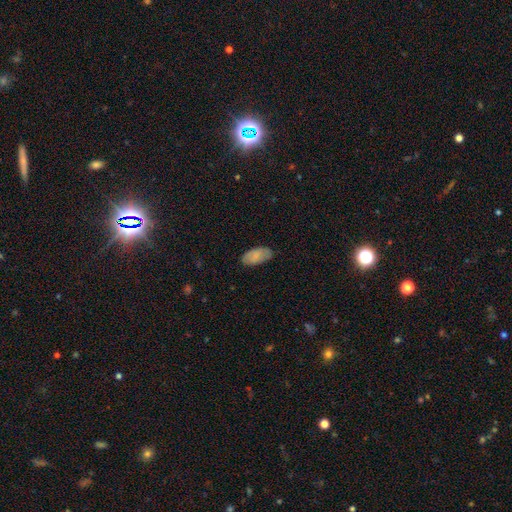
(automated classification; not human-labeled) A smooth galaxy with no disk features (83%) that is in between round and cigar-shaped (94%).

Vote fractions:
- Smooth or featured? smooth: 83% / featured or disk: 11% / star or artifact: 7%
- How rounded? in between: 94% / cigar-shaped: 3% / round: 2%
- Merging? none: 77% / minor disturbance: 19% / major disturbance: 3% / merger: 1%